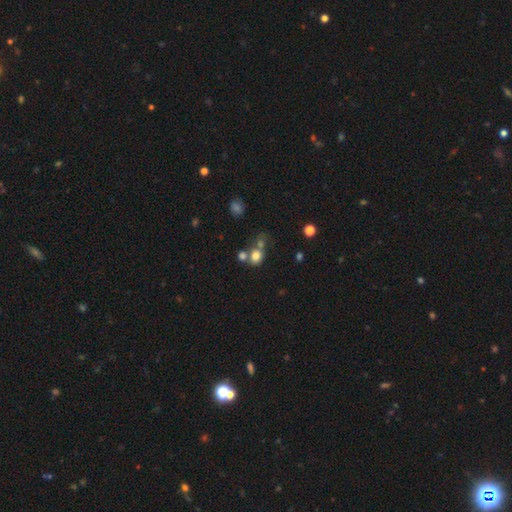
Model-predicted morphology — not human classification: Smooth or featured: smooth — 76% (star or artifact — 13%)
How rounded: round — 69% (in between — 30%)
Merging: none — 41% (merger — 40%)